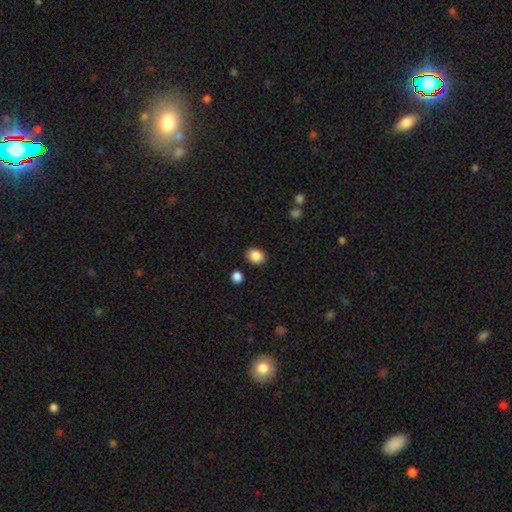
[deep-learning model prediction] Smooth or featured? Predicted: smooth (p=0.87). How rounded? Predicted: in between (p=0.55). Merging? Predicted: none (p=0.85).